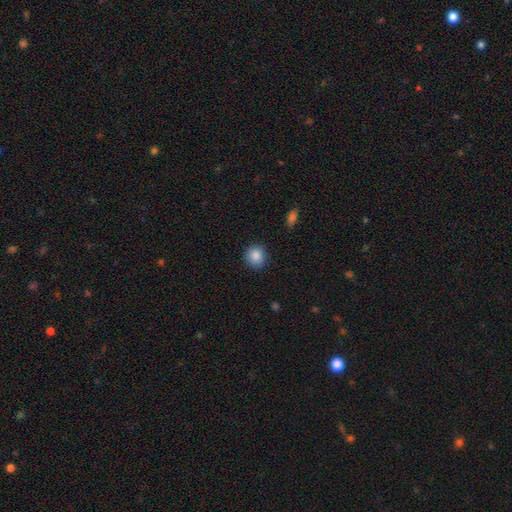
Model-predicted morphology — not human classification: The model was most divided on "how rounded": round: 87%, in between: 12%, cigar-shaped: 1%. More confident: merging — none (89%); smooth or featured — smooth (87%).